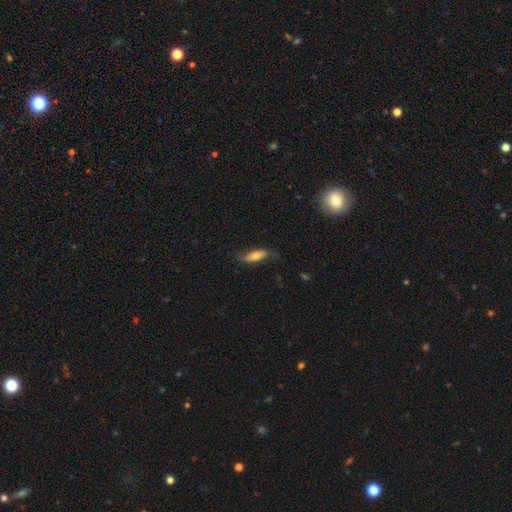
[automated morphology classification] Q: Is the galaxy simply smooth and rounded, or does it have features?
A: smooth — 63%.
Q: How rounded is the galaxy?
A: in between — 55%.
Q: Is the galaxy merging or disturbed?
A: none — 69%.